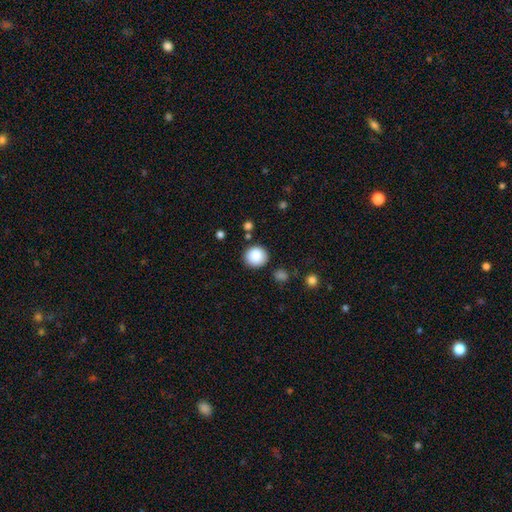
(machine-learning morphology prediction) smooth 87%, star or artifact 9%, featured or disk 4%. Down the decision tree: how rounded — round (90%); merging — none (85%).